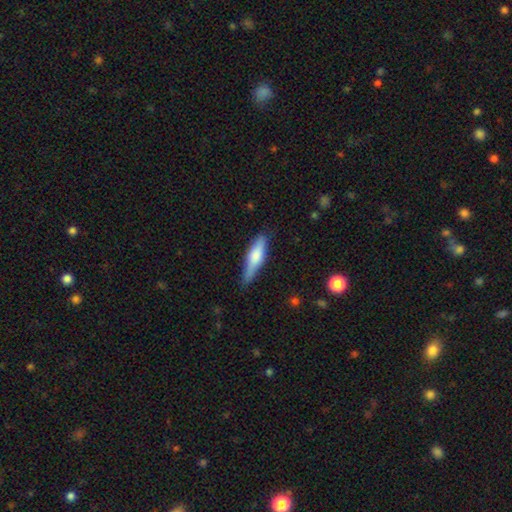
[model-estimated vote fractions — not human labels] Q: Smooth or featured?
A: smooth (63%); runner-up: featured or disk (31%)
Q: How rounded?
A: cigar-shaped (68%); runner-up: in between (30%)
Q: Merging?
A: none (72%); runner-up: minor disturbance (22%)